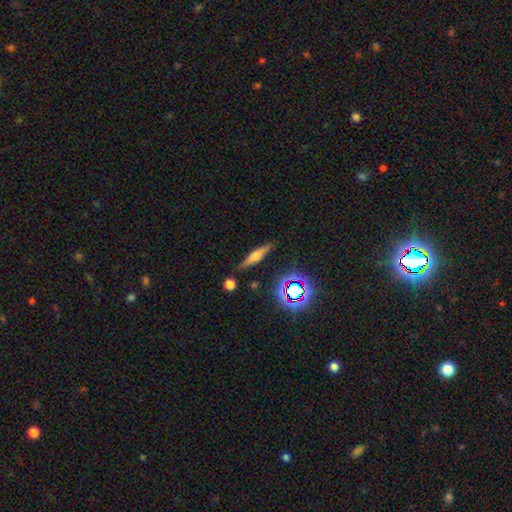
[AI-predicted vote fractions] smooth-or-featured: featured or disk: 44% | smooth: 42% | star or artifact: 14%
  merging: none: 83% | minor disturbance: 12% | major disturbance: 3% | merger: 3%